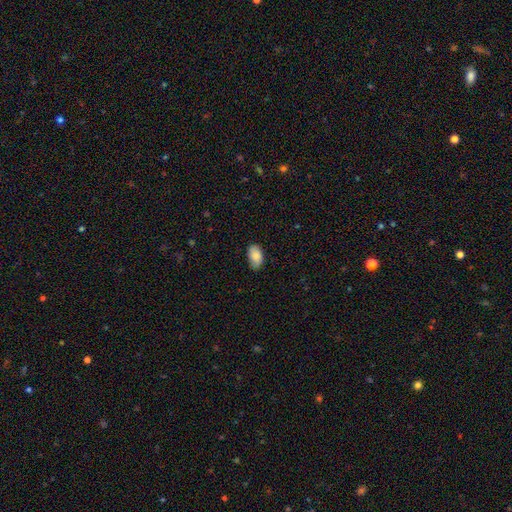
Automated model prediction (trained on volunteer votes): The model was most divided on "merging": none: 77%, minor disturbance: 19%, major disturbance: 3%, merger: 1%. More confident: how rounded — in between (93%); smooth or featured — smooth (87%).